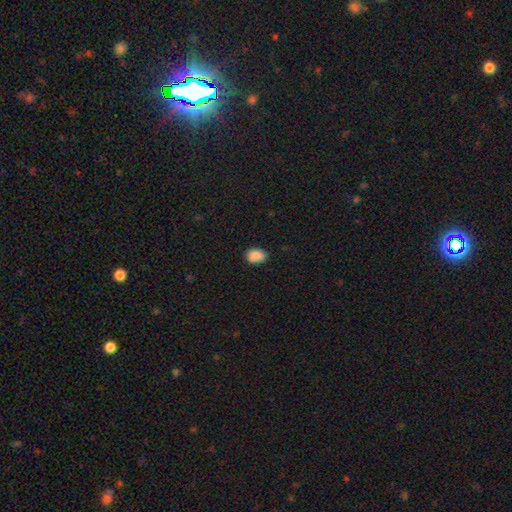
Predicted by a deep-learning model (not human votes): Smooth or featured? smooth (85%)
How rounded? in between (76%)
Merging? none (70%)